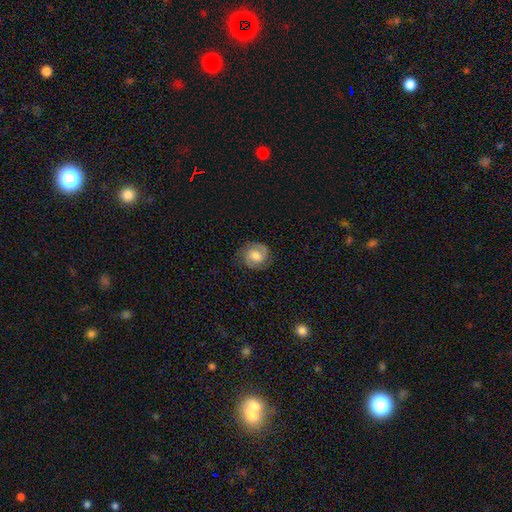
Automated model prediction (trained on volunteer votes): Q: Smooth or featured?
A: featured or disk (58%); runner-up: smooth (34%)
Q: Edge-on disk?
A: no (97%); runner-up: yes (3%)
Q: Bar?
A: no (47%); runner-up: weak (43%)
Q: Spiral arms?
A: yes (90%); runner-up: no (10%)
Q: Spiral winding?
A: medium (44%); runner-up: tight (41%)
Q: Spiral arm count?
A: 2 (83%); runner-up: can't tell (8%)
Q: Bulge size?
A: moderate (54%); runner-up: large (22%)
Q: Merging?
A: none (78%); runner-up: minor disturbance (15%)